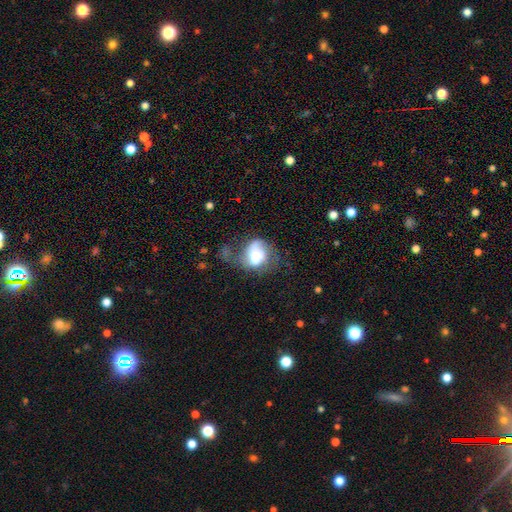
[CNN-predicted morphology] Smooth or featured? Predicted: smooth (p=0.51). How rounded? Predicted: in between (p=0.55). Merging? Predicted: major disturbance (p=0.39).